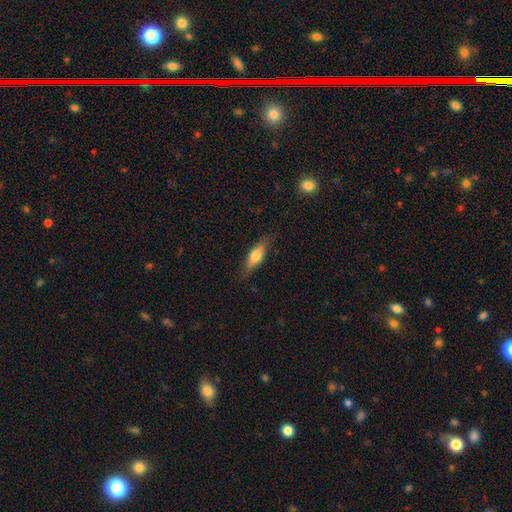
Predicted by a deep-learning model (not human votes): smooth-or-featured: smooth: 64% | featured or disk: 29% | star or artifact: 6%
  how-rounded: in between: 56% | cigar-shaped: 41% | round: 3%
  merging: none: 81% | minor disturbance: 15% | major disturbance: 3% | merger: 1%